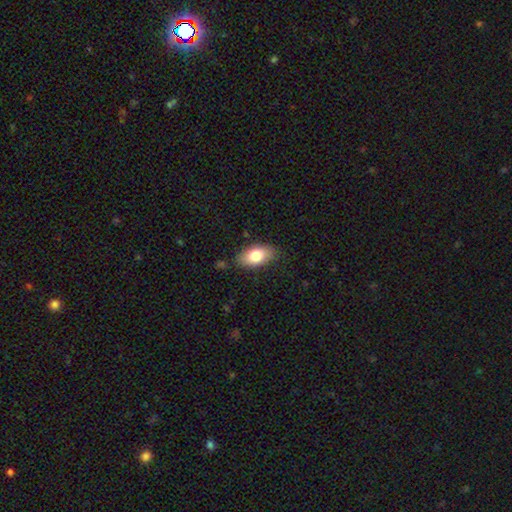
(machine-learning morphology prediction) smooth 79%, featured or disk 14%, star or artifact 7%. Down the decision tree: how rounded — in between (92%); merging — none (82%).